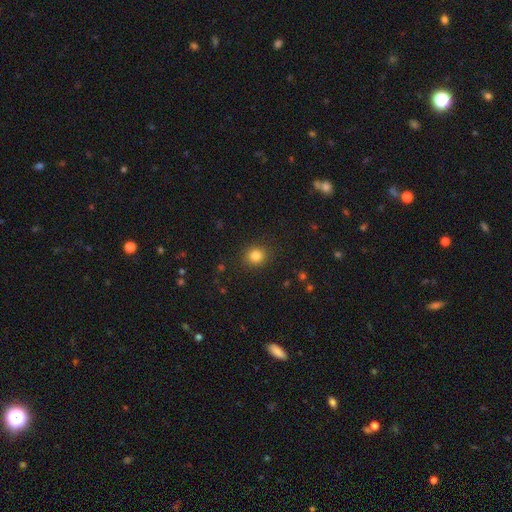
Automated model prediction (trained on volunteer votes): smooth 84%, star or artifact 11%, featured or disk 5%. Down the decision tree: how rounded — round (83%); merging — none (90%).